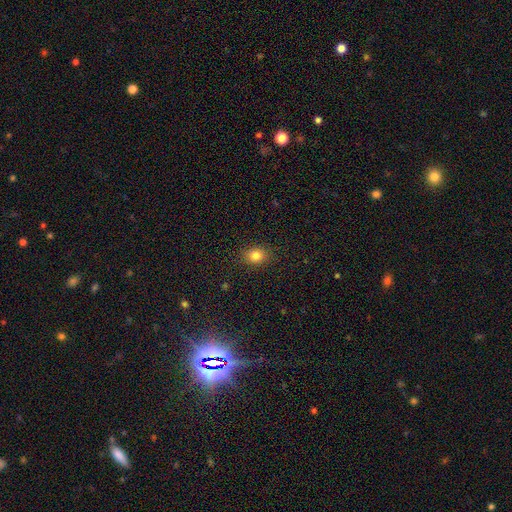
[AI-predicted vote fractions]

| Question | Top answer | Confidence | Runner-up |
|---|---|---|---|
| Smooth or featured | smooth | 82% | star or artifact (12%) |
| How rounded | round | 50% | in between (49%) |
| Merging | none | 88% | minor disturbance (9%) |